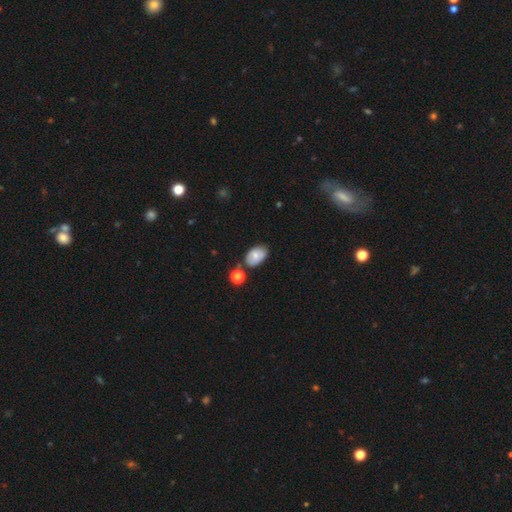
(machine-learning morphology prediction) Q: Smooth or featured?
A: smooth (68%); runner-up: featured or disk (23%)
Q: How rounded?
A: in between (89%); runner-up: round (10%)
Q: Merging?
A: none (67%); runner-up: minor disturbance (19%)